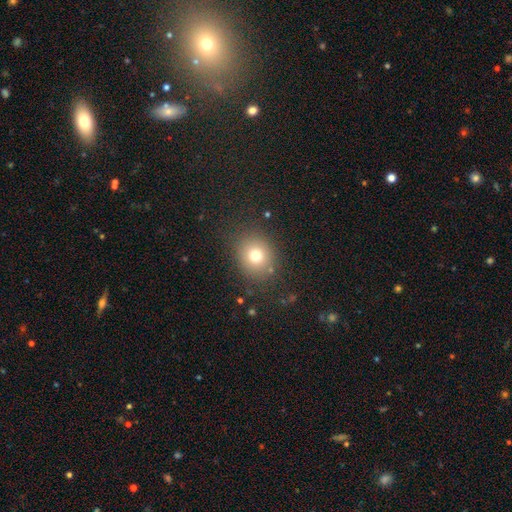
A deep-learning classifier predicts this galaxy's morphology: Overall: smooth (75%). How rounded: round (74%). Merging: none (83%).